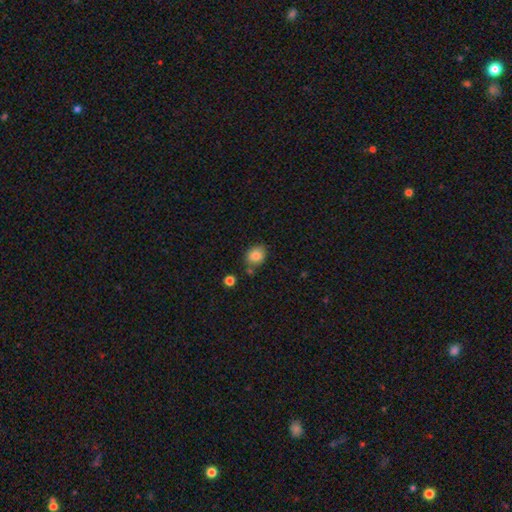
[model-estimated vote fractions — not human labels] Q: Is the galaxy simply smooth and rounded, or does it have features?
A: smooth — 83%.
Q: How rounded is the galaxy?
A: round — 52%.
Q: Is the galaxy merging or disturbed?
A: none — 70%.